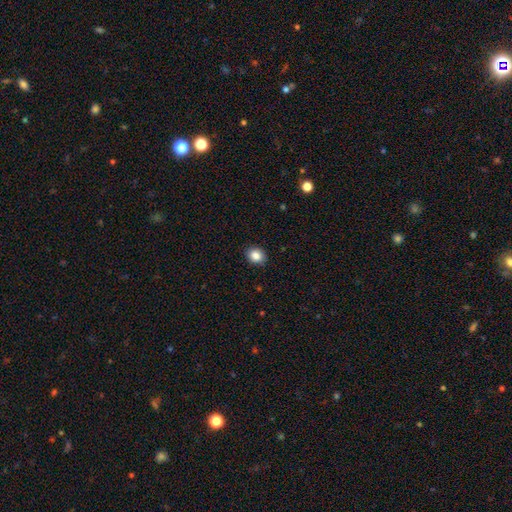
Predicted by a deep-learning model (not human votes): Q: Smooth or featured?
A: smooth (86%); runner-up: star or artifact (9%)
Q: How rounded?
A: round (56%); runner-up: in between (43%)
Q: Merging?
A: none (90%); runner-up: minor disturbance (7%)